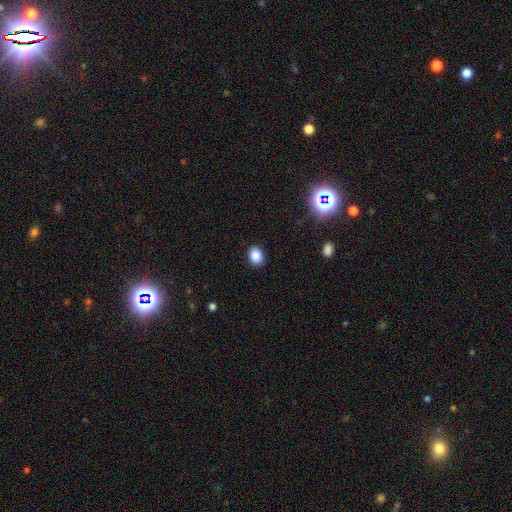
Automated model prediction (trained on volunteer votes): A smooth galaxy with no disk features (86%) that is in between round and cigar-shaped (57%). Merging: none (90%).